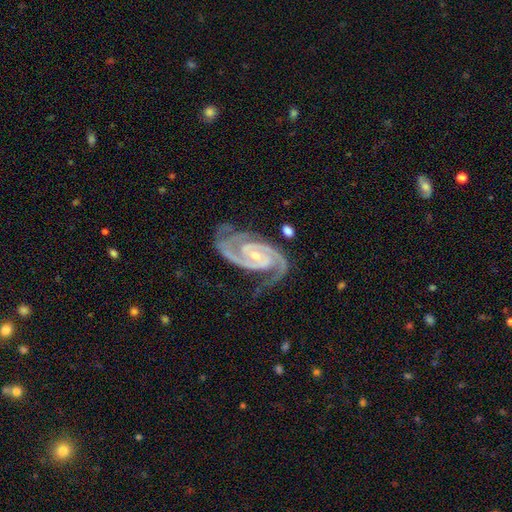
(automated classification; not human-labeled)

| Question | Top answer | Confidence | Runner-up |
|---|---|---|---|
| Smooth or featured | featured or disk | 94% | star or artifact (4%) |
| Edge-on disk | no | 98% | yes (2%) |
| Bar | no | 44% | weak (35%) |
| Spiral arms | yes | 99% | no (1%) |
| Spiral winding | tight | 54% | medium (42%) |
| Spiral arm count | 2 | 88% | 3 (6%) |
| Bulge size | small | 71% | moderate (25%) |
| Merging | none | 72% | minor disturbance (18%) |